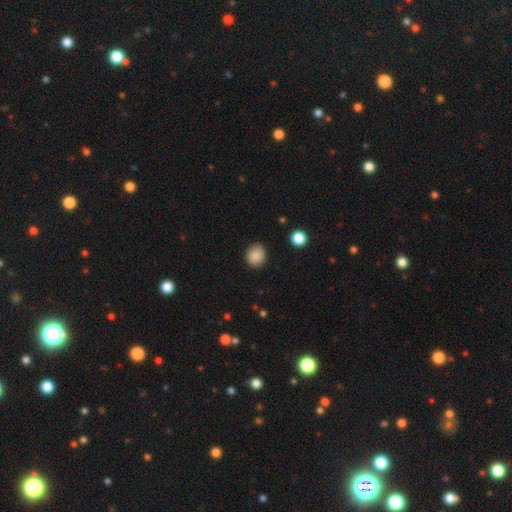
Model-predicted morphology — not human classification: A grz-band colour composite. It shows a smooth galaxy with no disk features (88%) that is round (80%). Merging: none (87%).